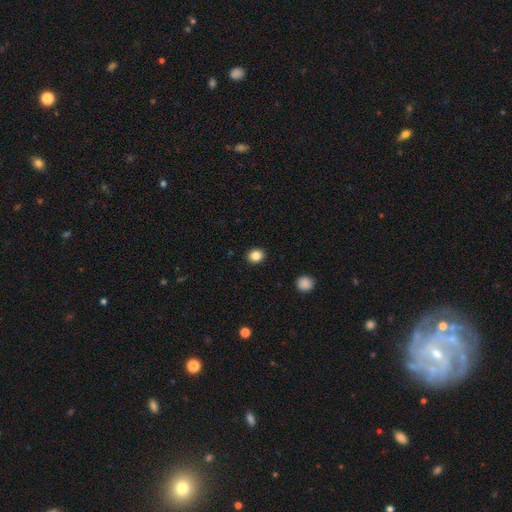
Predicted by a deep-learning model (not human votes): Overall: smooth (85%). How rounded: round (70%). Merging: none (92%).